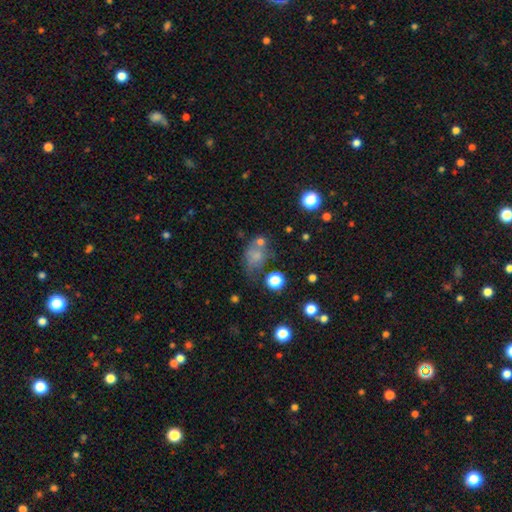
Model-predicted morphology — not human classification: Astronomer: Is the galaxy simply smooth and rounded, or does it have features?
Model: smooth — 66%.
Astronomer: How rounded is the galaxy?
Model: in between — 60% (runner-up: round, 38%).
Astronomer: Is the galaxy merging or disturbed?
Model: none — 38% (runner-up: minor disturbance, 24%).